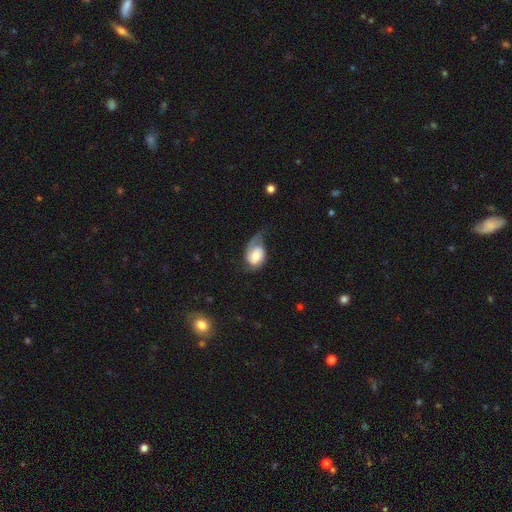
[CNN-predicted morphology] Overall: featured or disk (52%; smooth 41%). Edge-on disk: no (96%). Bar: no (63%; weak 29%). Spiral arms: yes (85%). Bulge size: moderate (48%; small 24%). Merging: major disturbance (34%; minor disturbance 33%).